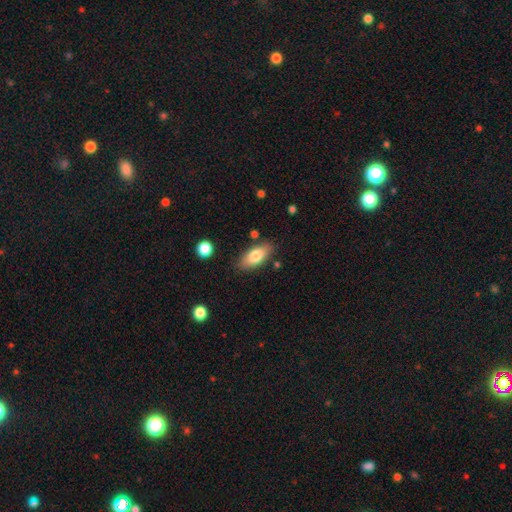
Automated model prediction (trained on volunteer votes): smooth_or_featured: smooth (p=0.78) [alt: featured or disk p=0.15]
how_rounded: in between (p=0.85) [alt: cigar-shaped p=0.12]
merging: none (p=0.82) [alt: minor disturbance p=0.12]